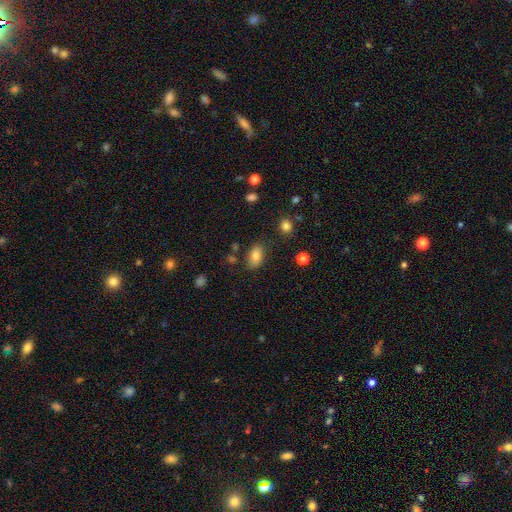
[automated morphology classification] This is clearly a smooth galaxy (82%). How rounded: clearly in between (90%). Merging: likely none (79%).